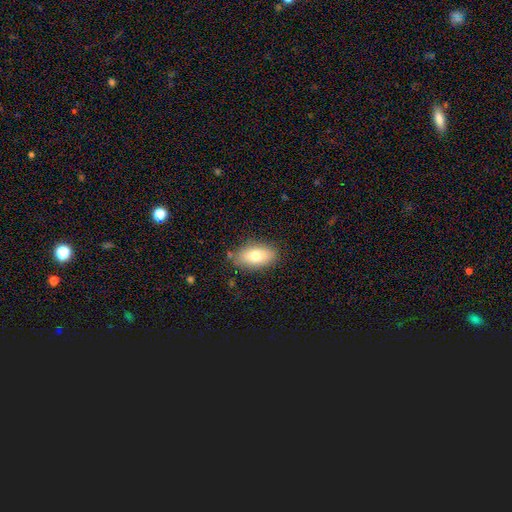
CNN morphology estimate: A smooth galaxy with no disk features (76%) that is in between round and cigar-shaped (89%).

Vote fractions:
- Smooth or featured? smooth: 76% / featured or disk: 17% / star or artifact: 7%
- How rounded? in between: 89% / cigar-shaped: 7% / round: 4%
- Merging? none: 81% / minor disturbance: 13% / major disturbance: 3% / merger: 2%